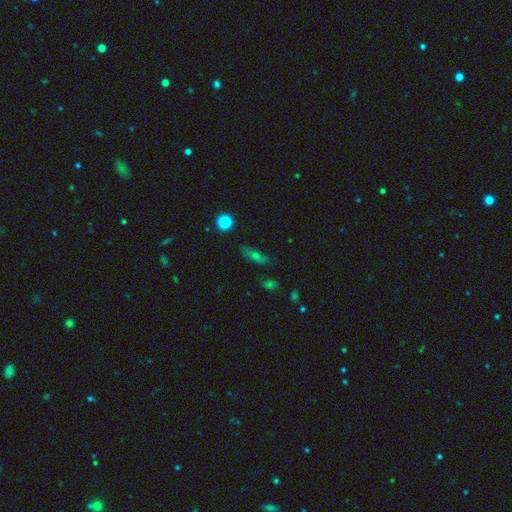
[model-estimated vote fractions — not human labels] A smooth galaxy with no disk features (50%) that is cigar-shaped (45%). Merging: none (77%).